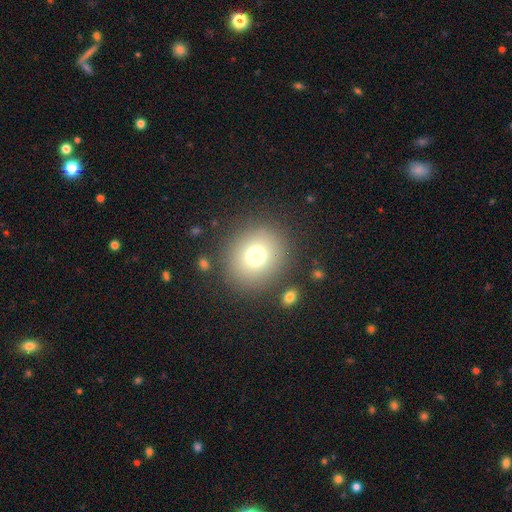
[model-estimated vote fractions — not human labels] This is likely a smooth galaxy (75%). How rounded: clearly round (84%). Merging: clearly none (85%).